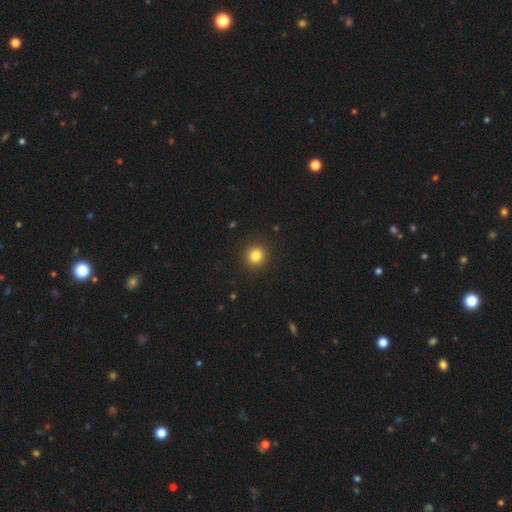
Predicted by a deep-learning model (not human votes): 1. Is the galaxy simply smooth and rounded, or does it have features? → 82% smooth, 12% star or artifact, 6% featured or disk.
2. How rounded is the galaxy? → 89% round, 10% in between, 1% cigar-shaped.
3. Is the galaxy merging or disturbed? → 92% none, 5% minor disturbance, 2% major disturbance, 1% merger.